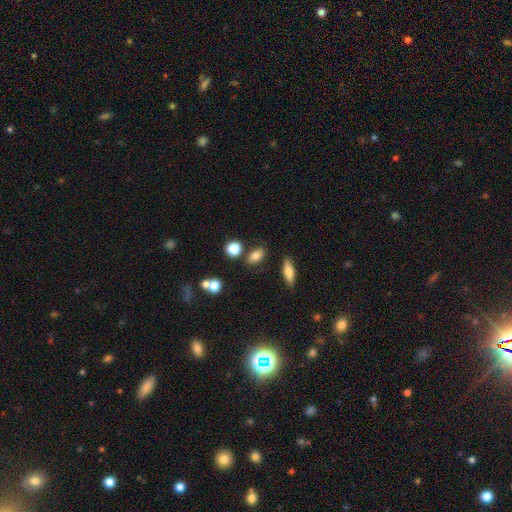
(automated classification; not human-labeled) Smooth or featured?
  - smooth: 80% *
  - star or artifact: 11%
  - featured or disk: 9%
How rounded?
  - in between: 68% *
  - round: 25%
  - cigar-shaped: 6%
Merging?
  - none: 77% *
  - minor disturbance: 13%
  - merger: 7%
  - major disturbance: 4%